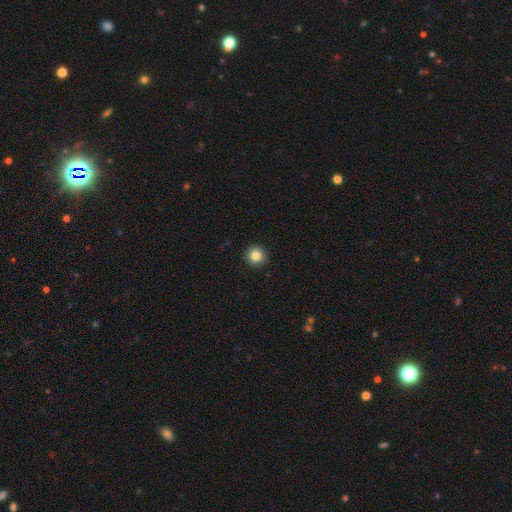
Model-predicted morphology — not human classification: This is clearly a smooth galaxy (85%). How rounded: clearly round (94%). Merging: clearly none (92%).